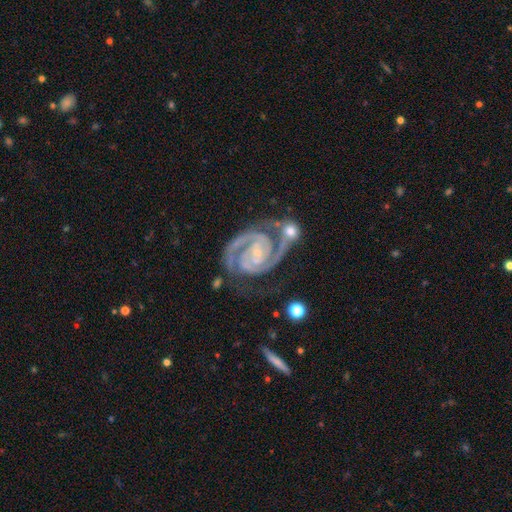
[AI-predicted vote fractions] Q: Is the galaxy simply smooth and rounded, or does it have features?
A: featured or disk — 92%.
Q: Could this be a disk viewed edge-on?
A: no — 98%.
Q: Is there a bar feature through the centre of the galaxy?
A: weak — 40%.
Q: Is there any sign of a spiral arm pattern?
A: yes — 99%.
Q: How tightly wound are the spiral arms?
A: tight — 61%.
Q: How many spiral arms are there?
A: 2 — 91%.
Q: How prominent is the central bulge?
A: small — 70%.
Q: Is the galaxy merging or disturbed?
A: none — 55%.